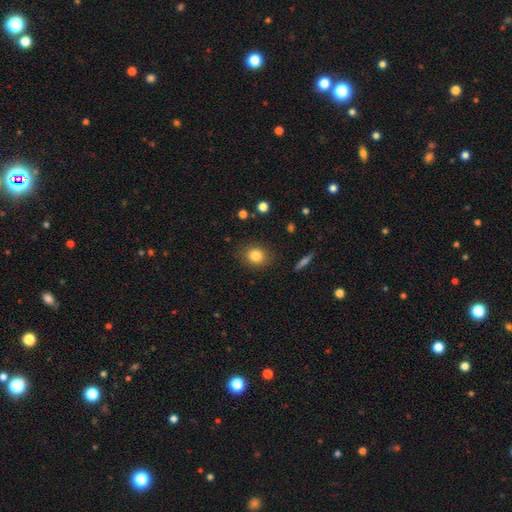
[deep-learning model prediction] Smooth or featured?
  - smooth: 82% *
  - star or artifact: 10%
  - featured or disk: 8%
How rounded?
  - round: 64% *
  - in between: 34%
  - cigar-shaped: 1%
Merging?
  - none: 85% *
  - minor disturbance: 11%
  - major disturbance: 3%
  - merger: 1%